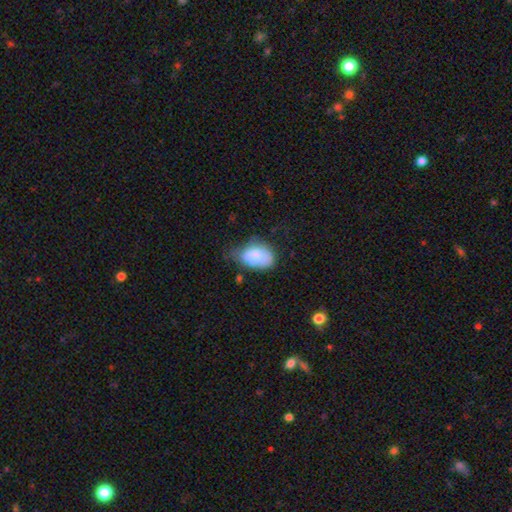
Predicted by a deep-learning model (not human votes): Smooth or featured?
  - smooth: 73% *
  - featured or disk: 20%
  - star or artifact: 8%
How rounded?
  - in between: 83% *
  - round: 15%
  - cigar-shaped: 1%
Merging?
  - minor disturbance: 42% *
  - none: 31%
  - major disturbance: 19%
  - merger: 7%